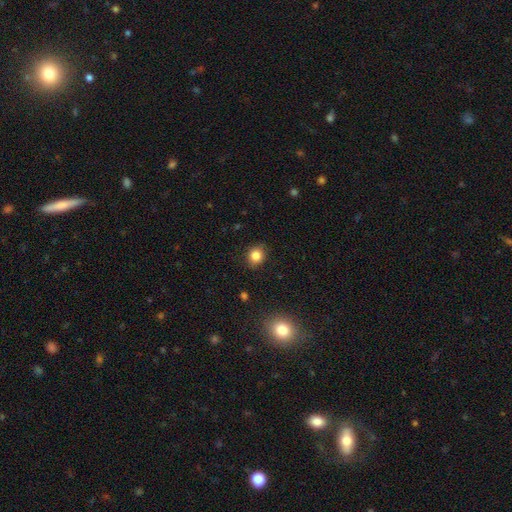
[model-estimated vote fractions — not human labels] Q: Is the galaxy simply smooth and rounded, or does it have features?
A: smooth — 84%.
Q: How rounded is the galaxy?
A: round — 69%.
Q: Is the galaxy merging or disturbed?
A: none — 85%.